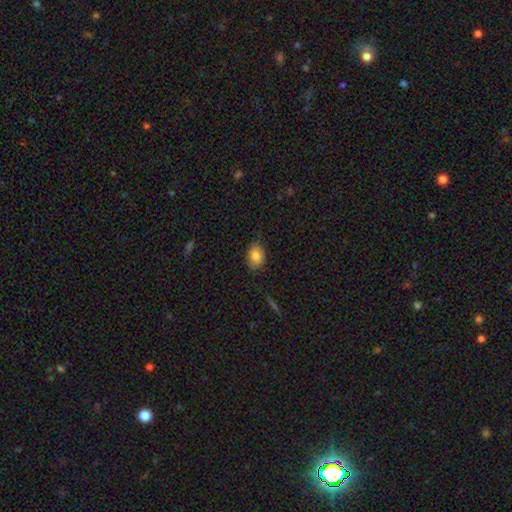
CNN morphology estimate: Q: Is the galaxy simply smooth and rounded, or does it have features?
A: smooth — 83%.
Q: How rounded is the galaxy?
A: in between — 73%.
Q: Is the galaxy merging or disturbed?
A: none — 78%.